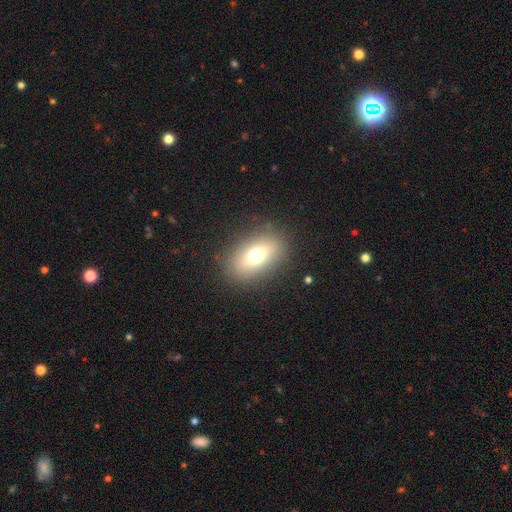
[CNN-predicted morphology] Smooth or featured?
  - smooth: 66% *
  - featured or disk: 20%
  - star or artifact: 14%
How rounded?
  - in between: 76% *
  - round: 20%
  - cigar-shaped: 4%
Merging?
  - none: 85% *
  - minor disturbance: 9%
  - major disturbance: 4%
  - merger: 1%